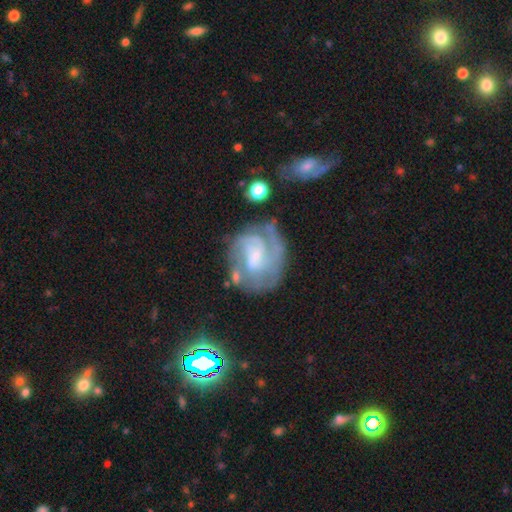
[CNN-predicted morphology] Overall: featured or disk (81%). Edge-on disk: no (98%). Bar: no (47%; weak 43%). Spiral arms: yes (92%). Spiral arm count: 2 (33%; can't tell 28%). Spiral winding: tight (51%; medium 38%). Bulge size: small (68%). Merging: none (55%; minor disturbance 21%).